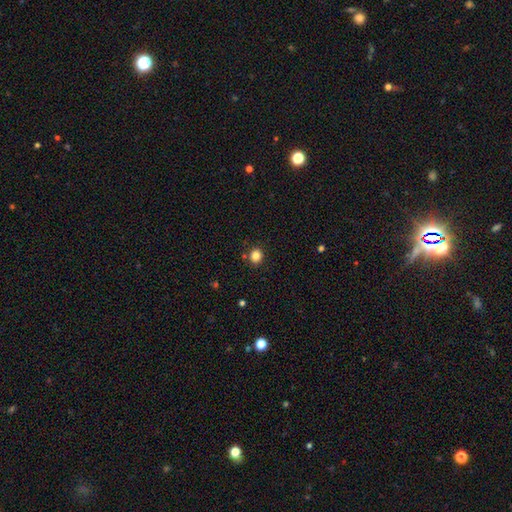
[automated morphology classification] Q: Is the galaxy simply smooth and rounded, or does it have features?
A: smooth — 84%.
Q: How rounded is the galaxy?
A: round — 71%.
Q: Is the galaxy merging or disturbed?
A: none — 85%.